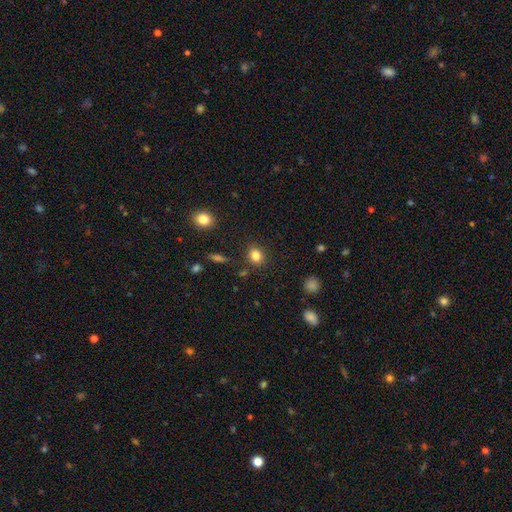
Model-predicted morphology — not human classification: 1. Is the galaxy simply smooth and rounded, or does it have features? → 83% smooth, 11% star or artifact, 6% featured or disk.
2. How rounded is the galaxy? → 64% round, 35% in between, 1% cigar-shaped.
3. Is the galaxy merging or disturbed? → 85% none, 10% minor disturbance, 3% merger, 3% major disturbance.